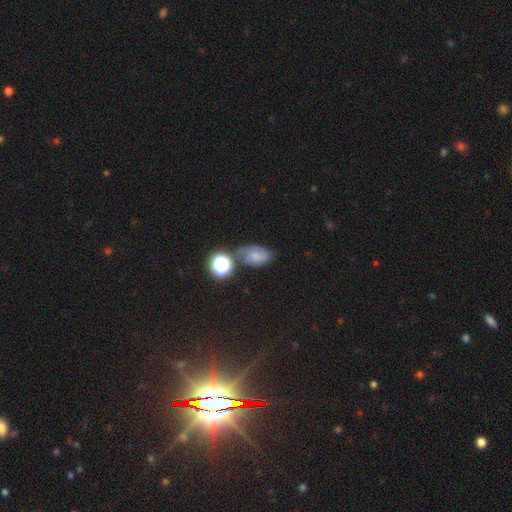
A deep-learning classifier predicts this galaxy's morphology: Smooth or featured: smooth — 60% (featured or disk — 21%)
How rounded: in between — 78% (round — 20%)
Merging: none — 51% (minor disturbance — 26%)